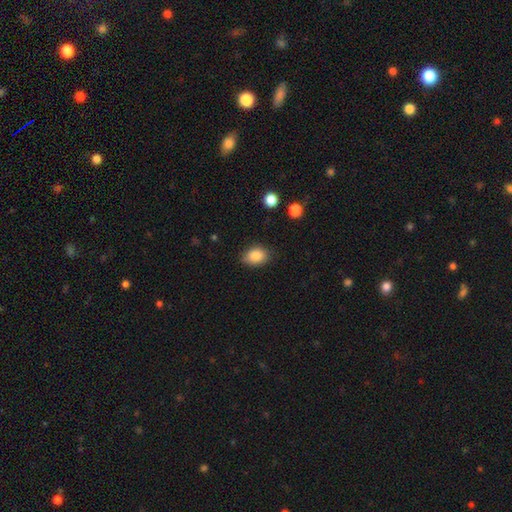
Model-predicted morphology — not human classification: Smooth or featured: smooth — 85% (star or artifact — 9%)
How rounded: in between — 72% (round — 27%)
Merging: none — 81% (minor disturbance — 15%)